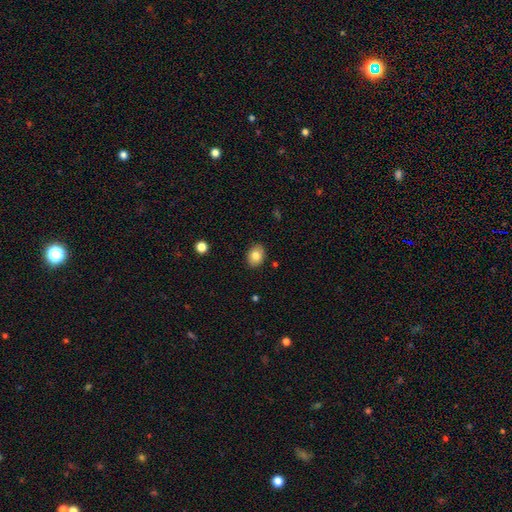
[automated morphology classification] smooth-or-featured: smooth: 81% | featured or disk: 11% | star or artifact: 9%
  how-rounded: in between: 65% | round: 34% | cigar-shaped: 1%
  merging: none: 88% | minor disturbance: 9% | major disturbance: 2% | merger: 1%